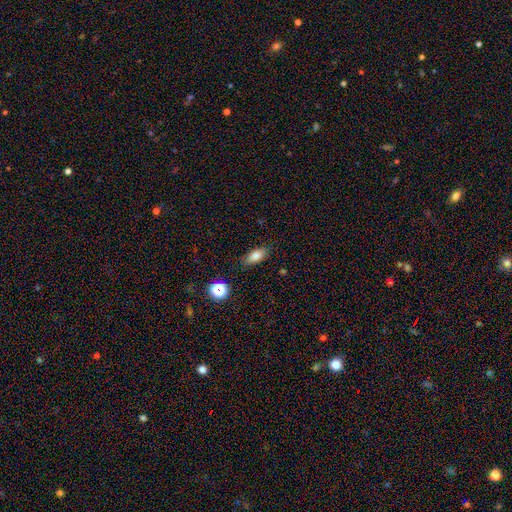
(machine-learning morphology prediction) Q: Smooth or featured?
A: smooth (80%); runner-up: star or artifact (11%)
Q: How rounded?
A: in between (81%); runner-up: cigar-shaped (13%)
Q: Merging?
A: none (84%); runner-up: minor disturbance (12%)